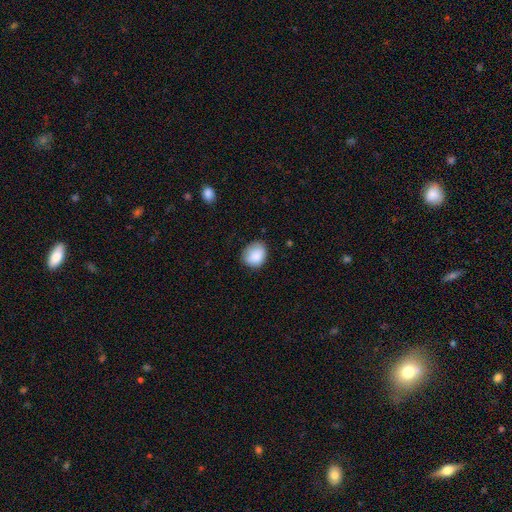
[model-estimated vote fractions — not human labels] A smooth galaxy with no disk features (87%) that is round (54%).

Vote fractions:
- Smooth or featured? smooth: 87% / star or artifact: 8% / featured or disk: 5%
- How rounded? round: 54% / in between: 46% / cigar-shaped: 1%
- Merging? none: 72% / minor disturbance: 22% / major disturbance: 4% / merger: 1%